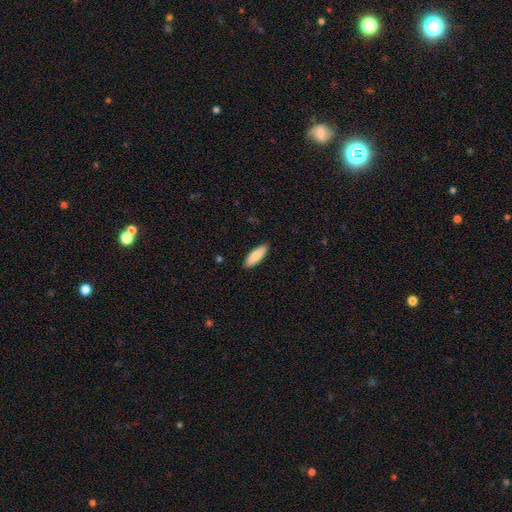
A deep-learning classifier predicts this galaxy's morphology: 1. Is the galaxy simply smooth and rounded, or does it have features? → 85% smooth, 10% featured or disk, 6% star or artifact.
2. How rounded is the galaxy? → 63% in between, 35% cigar-shaped, 2% round.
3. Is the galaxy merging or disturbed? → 90% none, 8% minor disturbance, 2% major disturbance, 1% merger.